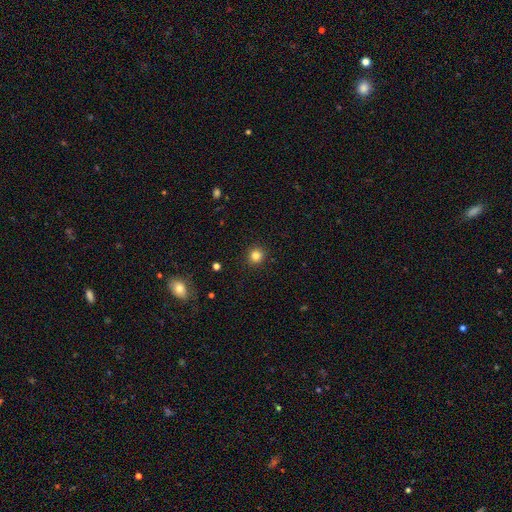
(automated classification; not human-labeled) Morphology: type=smooth (83%); roundness=round (91%); merging=none (92%).